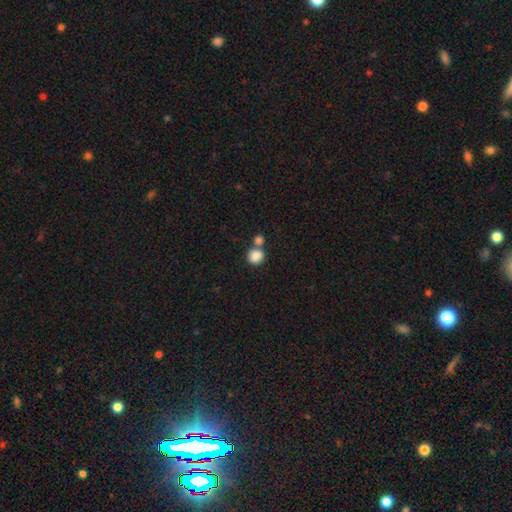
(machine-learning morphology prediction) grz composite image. It shows a smooth galaxy with no disk features (86%) that is round (81%). Merging: none (52%).